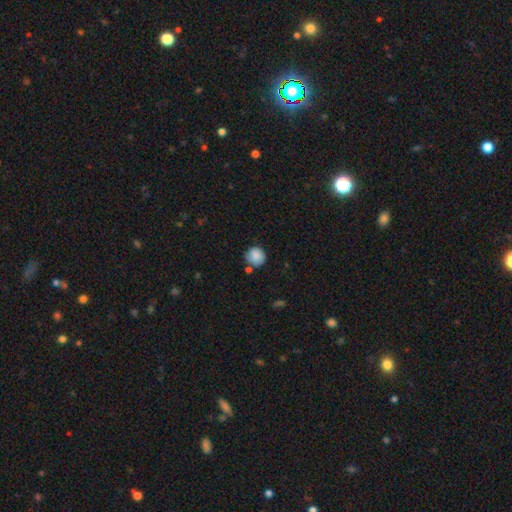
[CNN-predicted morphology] A smooth galaxy with no disk features (84%) that is round (91%).

Vote fractions:
- Smooth or featured? smooth: 84% / star or artifact: 8% / featured or disk: 8%
- How rounded? round: 91% / in between: 8% / cigar-shaped: 1%
- Merging? none: 69% / minor disturbance: 18% / merger: 8% / major disturbance: 4%